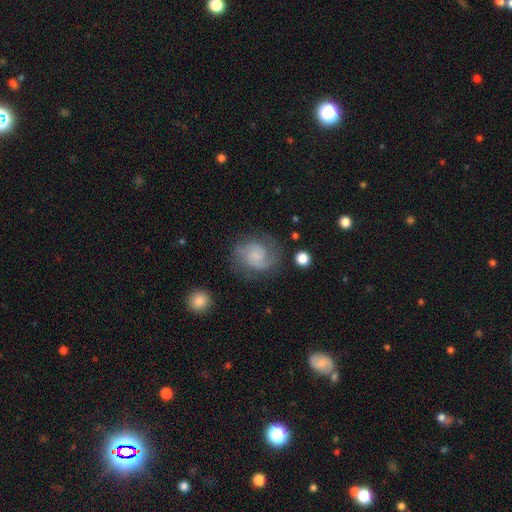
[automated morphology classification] Overall: featured or disk (70%). Edge-on disk: no (98%). Bar: no (62%; weak 34%). Spiral arms: yes (94%). Spiral arm count: 2 (77%). Spiral winding: medium (48%; tight 32%). Bulge size: small (47%; none 29%). Merging: none (69%).